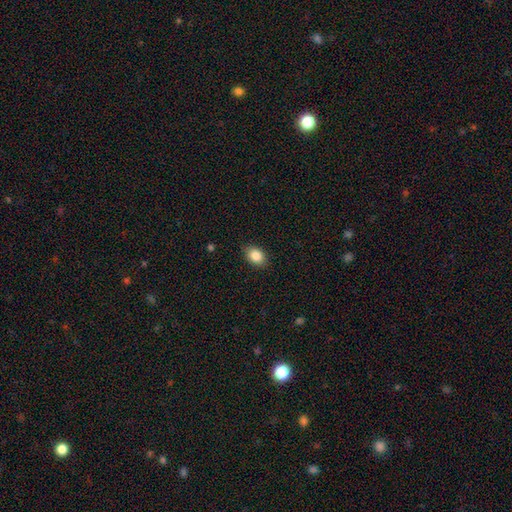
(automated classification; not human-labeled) Smooth or featured?
  - smooth: 87% *
  - star or artifact: 8%
  - featured or disk: 5%
How rounded?
  - in between: 74% *
  - round: 24%
  - cigar-shaped: 1%
Merging?
  - none: 87% *
  - minor disturbance: 10%
  - major disturbance: 2%
  - merger: 1%